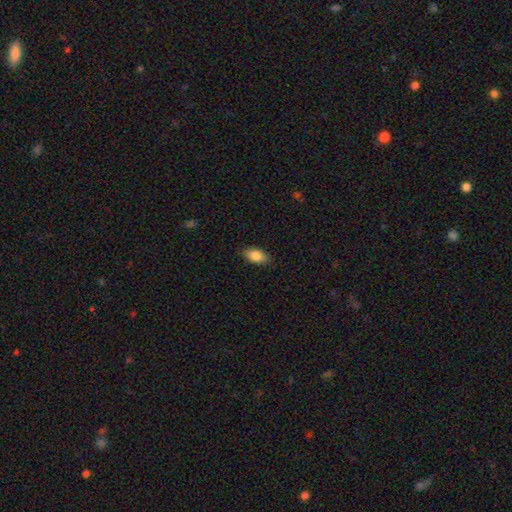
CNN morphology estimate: Smooth or featured?
  - smooth: 86% *
  - featured or disk: 7%
  - star or artifact: 7%
How rounded?
  - in between: 90% *
  - round: 5%
  - cigar-shaped: 5%
Merging?
  - none: 86% *
  - minor disturbance: 11%
  - major disturbance: 2%
  - merger: 1%